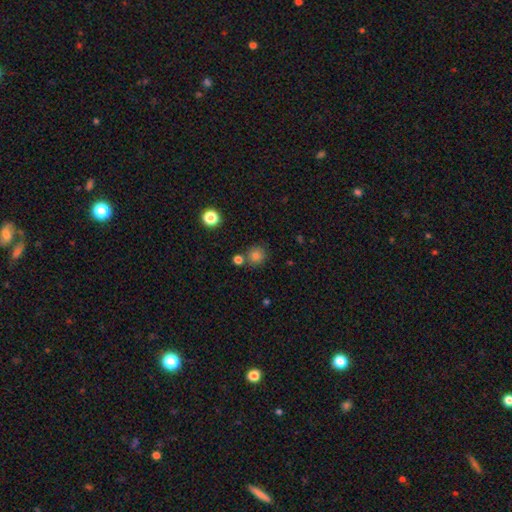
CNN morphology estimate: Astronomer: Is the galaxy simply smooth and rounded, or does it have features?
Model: smooth — 79%.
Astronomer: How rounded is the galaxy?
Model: round — 90%.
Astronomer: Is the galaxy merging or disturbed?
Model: none — 75%.